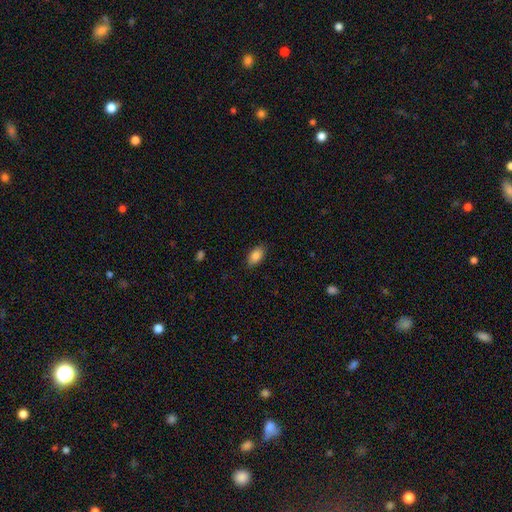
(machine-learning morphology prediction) A smooth galaxy with no disk features (86%) that is in between round and cigar-shaped (91%). Merging: none (85%).